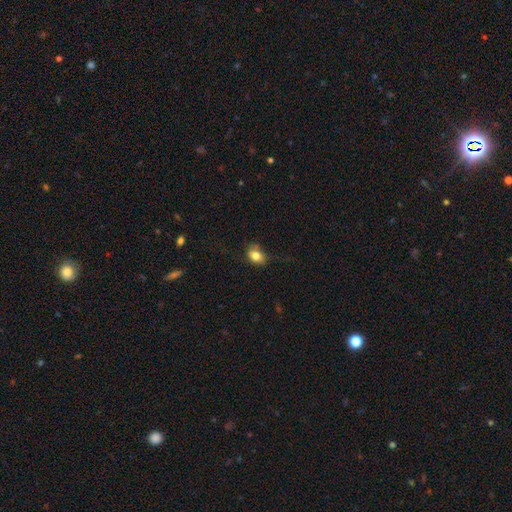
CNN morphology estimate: Smooth or featured? Predicted: smooth (p=0.81). How rounded? Predicted: in between (p=0.69). Merging? Predicted: none (p=0.61).